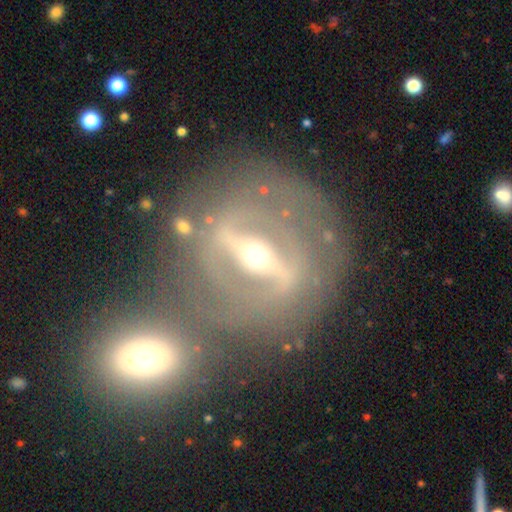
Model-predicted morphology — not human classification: This appears to be a featured or disk galaxy (84%) with a strong bar (77%), spiral arms (60%) and a moderate central bulge (51%). Merging: none (58%).